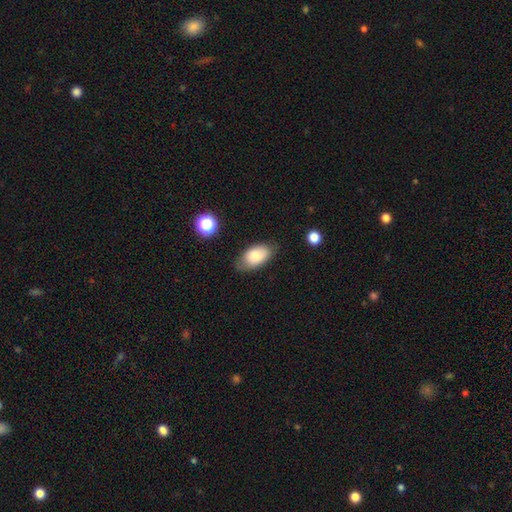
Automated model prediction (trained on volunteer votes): This is clearly a smooth galaxy (82%). How rounded: clearly in between (93%). Merging: likely none (75%).